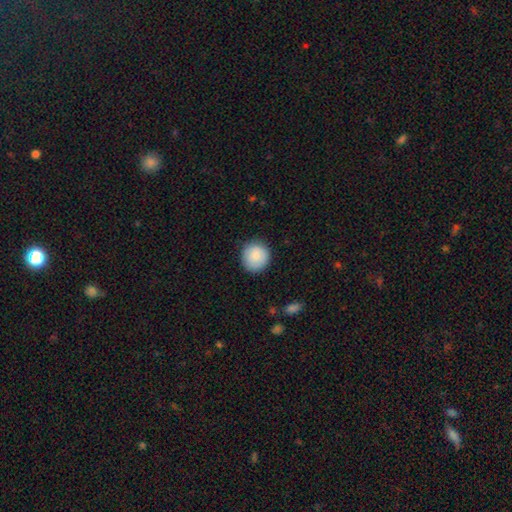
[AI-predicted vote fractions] A smooth galaxy with no disk features (87%) that is round (91%).

Vote fractions:
- Smooth or featured? smooth: 87% / star or artifact: 7% / featured or disk: 6%
- How rounded? round: 91% / in between: 8% / cigar-shaped: 1%
- Merging? none: 85% / minor disturbance: 11% / major disturbance: 2% / merger: 1%